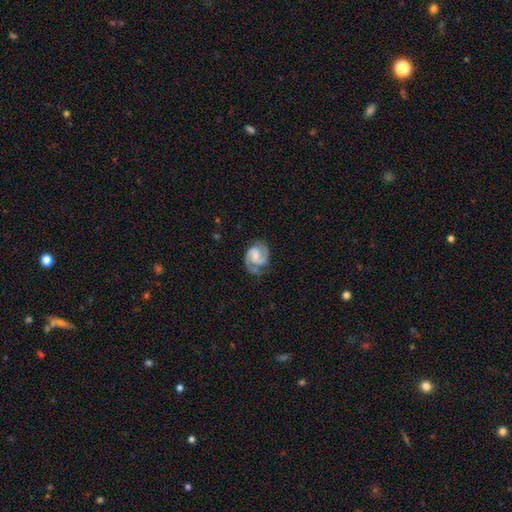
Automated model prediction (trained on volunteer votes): Overall: featured or disk (87%). Edge-on disk: no (98%). Bar: weak (47%; no 39%). Spiral arms: yes (98%). Spiral arm count: 2 (89%). Spiral winding: medium (50%; tight 39%). Bulge size: small (36%; moderate 30%). Merging: none (70%).